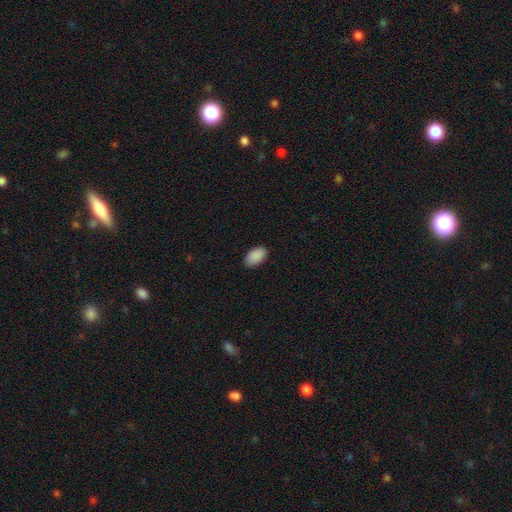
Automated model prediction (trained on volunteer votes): Morphology: type=smooth (91%); roundness=in between (95%); merging=none (87%).